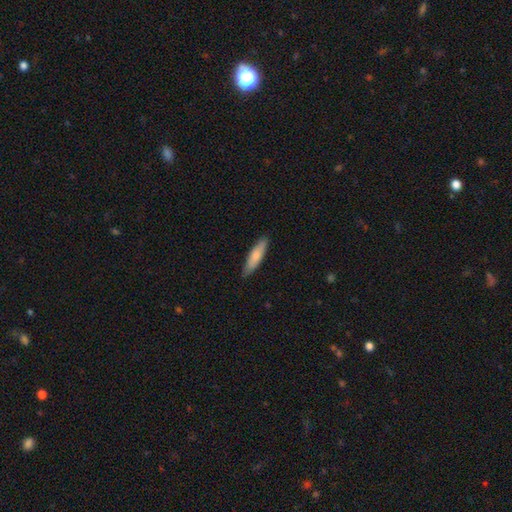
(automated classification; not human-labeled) This is likely a smooth galaxy (77%). How rounded: likely cigar-shaped (75%). Merging: clearly none (86%).